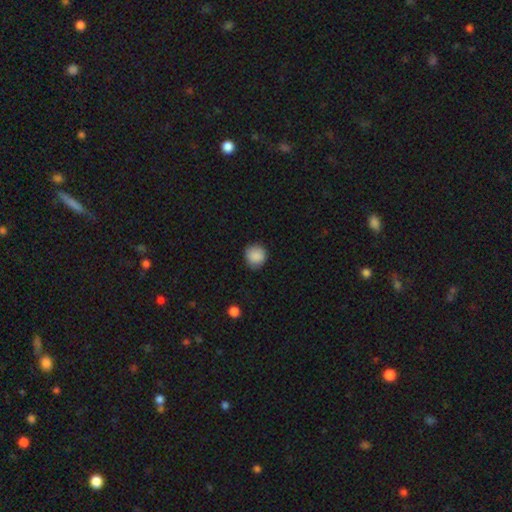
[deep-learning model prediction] This appears to be a smooth galaxy with no disk features (88%) that is round (90%). Merging: none (86%).